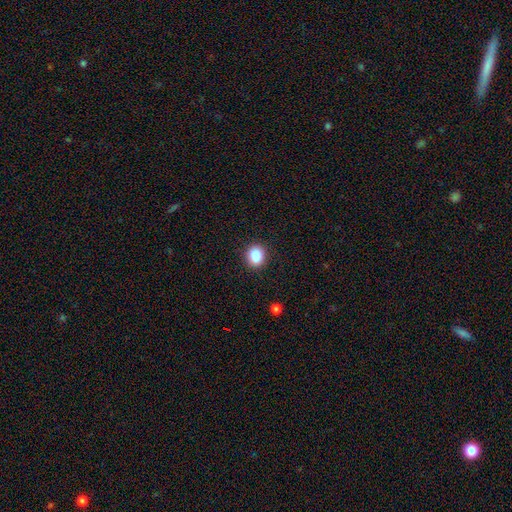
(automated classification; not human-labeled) The model was most divided on "how rounded": round: 60%, in between: 39%, cigar-shaped: 1%. More confident: smooth or featured — smooth (89%); merging — none (89%).